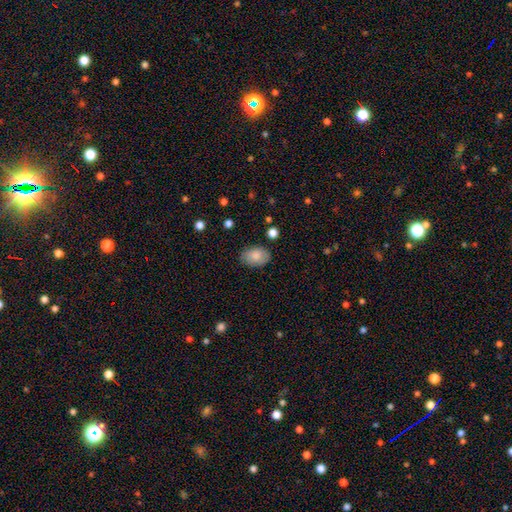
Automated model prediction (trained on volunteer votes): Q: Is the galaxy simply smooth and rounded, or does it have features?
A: smooth — 83%.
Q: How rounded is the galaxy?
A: in between — 86%.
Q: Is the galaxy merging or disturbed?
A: none — 82%.